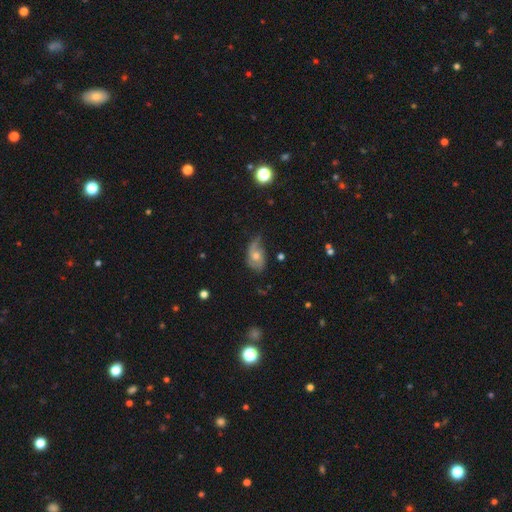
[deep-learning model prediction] This appears to be a featured or disk galaxy (63%) with no bar (70%), spiral arms (84%) and a moderate central bulge (61%). Merging: none (49%).